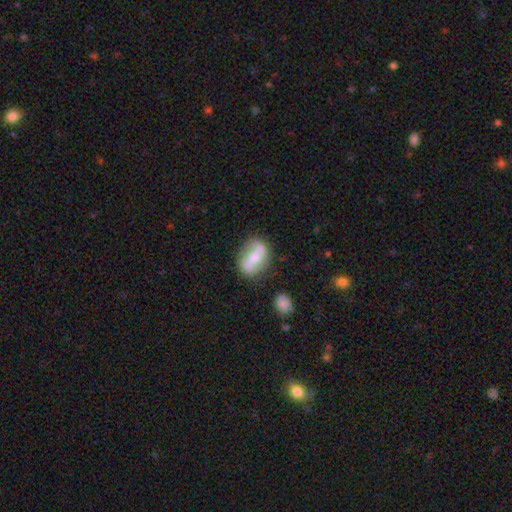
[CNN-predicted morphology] Smooth or featured: featured or disk — 56% (smooth — 37%)
Edge-on disk: no — 84% (yes — 16%)
Merging: none — 70% (minor disturbance — 17%)